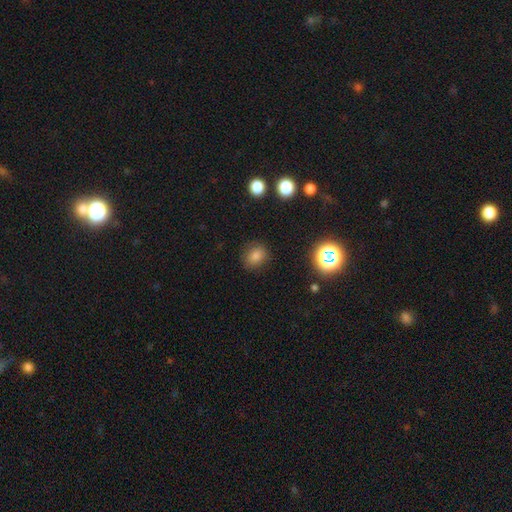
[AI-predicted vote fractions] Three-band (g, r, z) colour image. It shows a smooth galaxy with no disk features (79%) that is round (68%). Merging: none (85%).